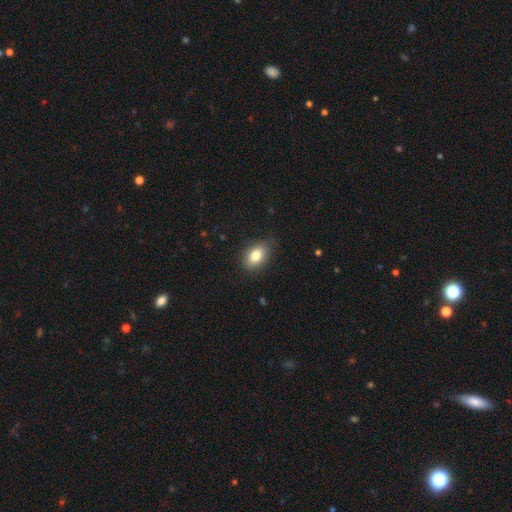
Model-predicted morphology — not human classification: Overall: smooth (81%). How rounded: in between (88%). Merging: none (81%).